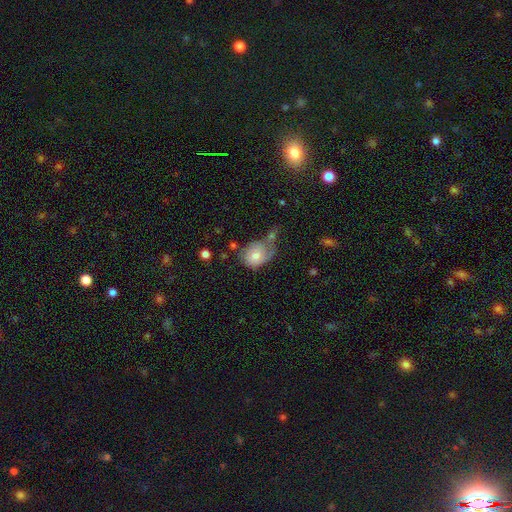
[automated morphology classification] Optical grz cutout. It shows a smooth galaxy with no disk features (60%) that is in between round and cigar-shaped (54%). Merging: major disturbance (27%, tied with none).